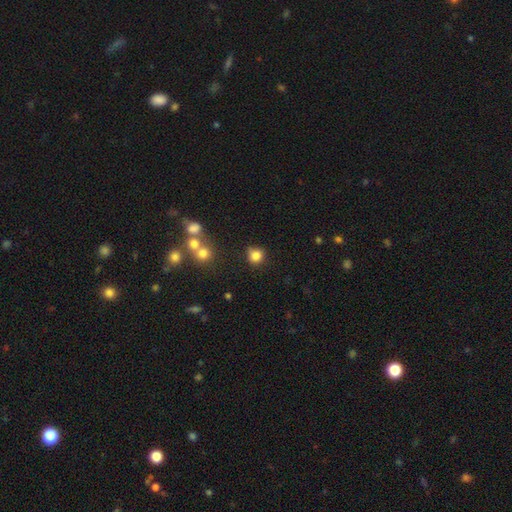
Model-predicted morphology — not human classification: Smooth or featured? smooth (82%)
How rounded? round (86%)
Merging? none (73%)